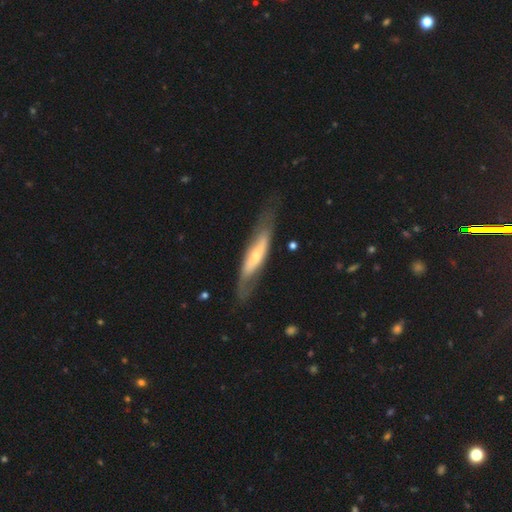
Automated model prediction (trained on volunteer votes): This appears to be a featured or disk galaxy (60%). Merging: none (66%).